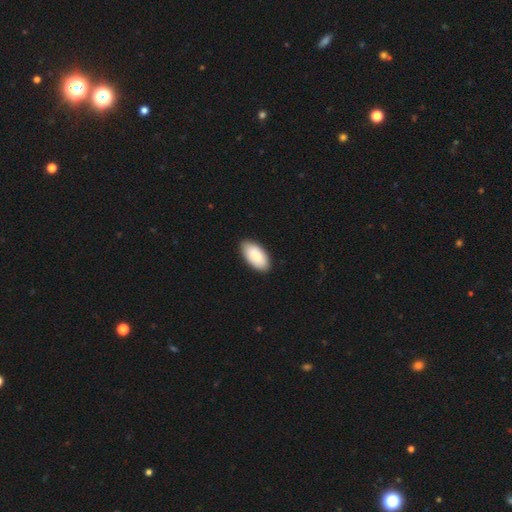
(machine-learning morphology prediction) smooth-or-featured: smooth: 89% | featured or disk: 6% | star or artifact: 5%
  how-rounded: in between: 96% | cigar-shaped: 3% | round: 2%
  merging: none: 88% | minor disturbance: 10% | major disturbance: 2% | merger: 1%